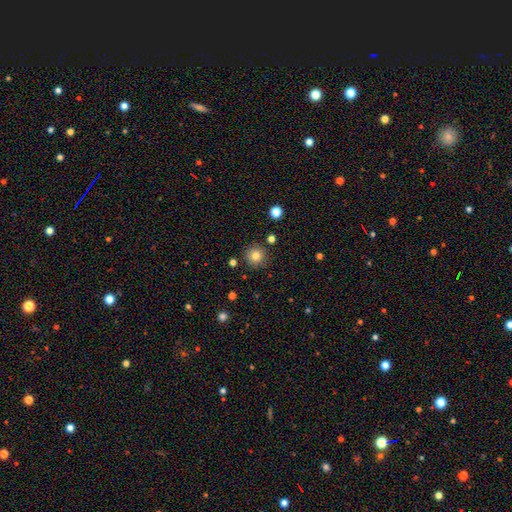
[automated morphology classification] Overall: smooth (80%). How rounded: round (95%). Merging: none (89%).